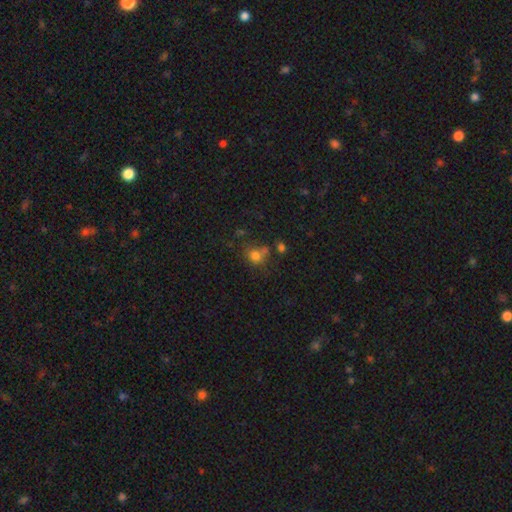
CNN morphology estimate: type=smooth (74%); roundness=round (65%); merging=none (48%).